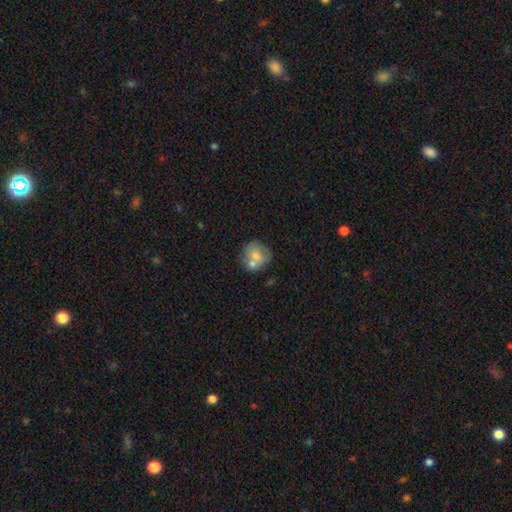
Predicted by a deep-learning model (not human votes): Morphology: type=smooth (68%); roundness=round (85%); merging=none (54%).